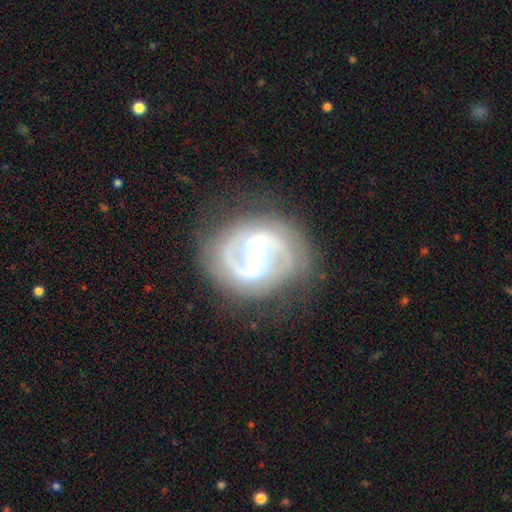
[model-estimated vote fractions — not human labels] Smooth or featured: featured or disk — 89% (smooth — 6%)
Edge-on disk: no — 97% (yes — 3%)
Bar: strong — 41% (weak — 40%)
Spiral arms: yes — 94% (no — 6%)
Spiral winding: medium — 53% (tight — 30%)
Spiral arm count: 2 — 88% (can't tell — 4%)
Bulge size: moderate — 70% (small — 18%)
Merging: none — 79% (minor disturbance — 13%)